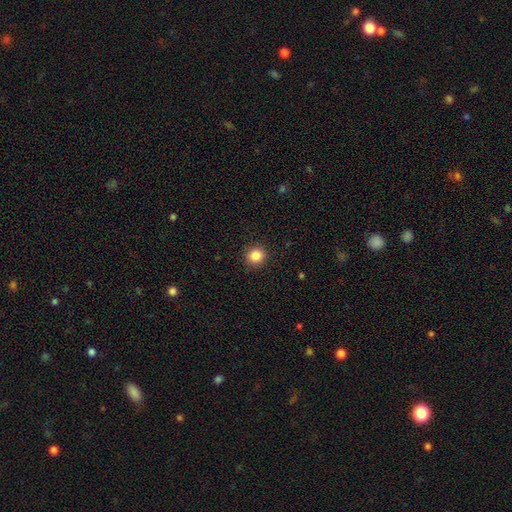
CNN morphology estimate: Q: Smooth or featured?
A: smooth (86%); runner-up: star or artifact (11%)
Q: How rounded?
A: round (89%); runner-up: in between (10%)
Q: Merging?
A: none (91%); runner-up: minor disturbance (6%)